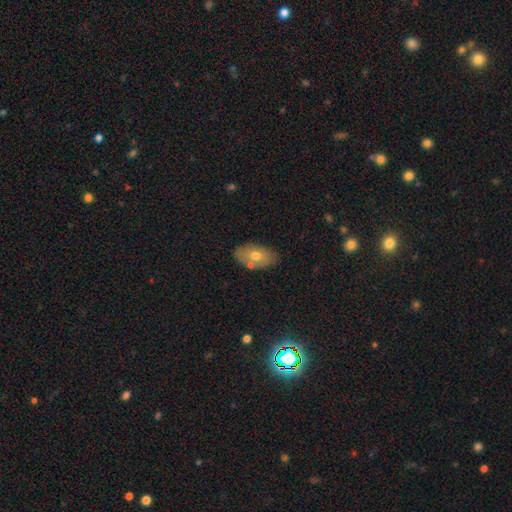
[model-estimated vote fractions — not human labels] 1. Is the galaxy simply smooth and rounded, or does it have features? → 66% smooth, 27% featured or disk, 7% star or artifact.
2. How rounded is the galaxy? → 91% in between, 7% round, 2% cigar-shaped.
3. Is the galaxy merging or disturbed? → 72% none, 14% minor disturbance, 10% merger, 3% major disturbance.